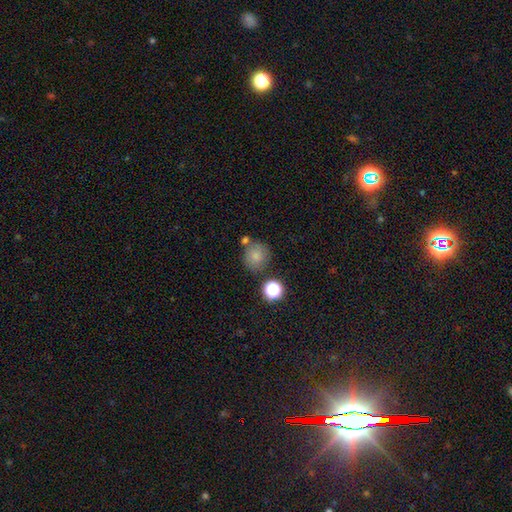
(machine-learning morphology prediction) Overall: smooth (78%). How rounded: round (90%). Merging: none (67%).